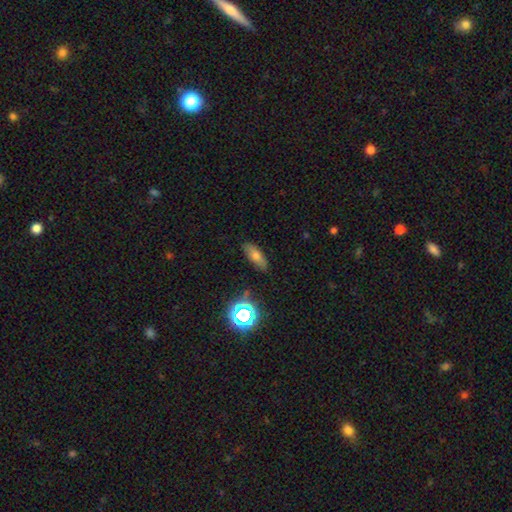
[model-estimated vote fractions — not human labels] Morphology: type=smooth (65%); roundness=in between (72%); merging=none (83%).